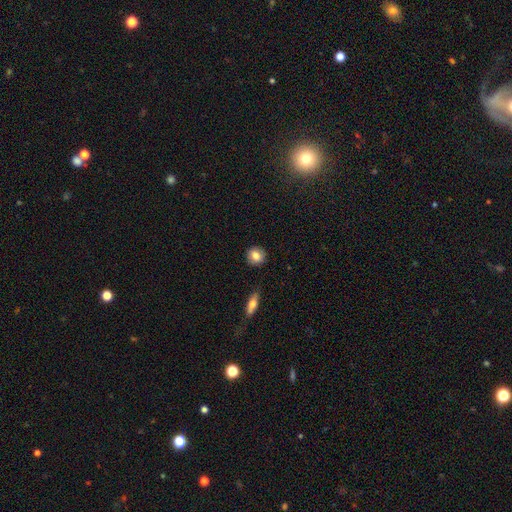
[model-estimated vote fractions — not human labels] Q: Smooth or featured?
A: smooth (81%); runner-up: featured or disk (11%)
Q: How rounded?
A: round (86%); runner-up: in between (13%)
Q: Merging?
A: none (89%); runner-up: minor disturbance (7%)